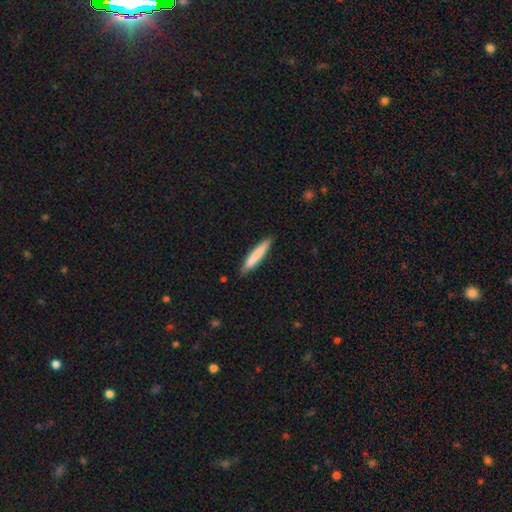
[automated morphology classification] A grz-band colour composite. It shows a smooth galaxy with no disk features (77%) that is cigar-shaped (92%). Merging: none (87%).